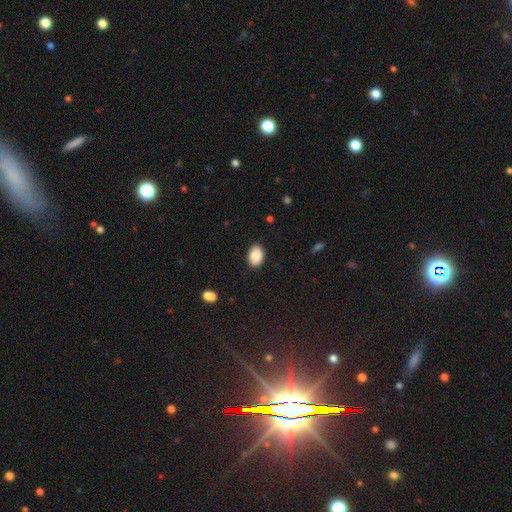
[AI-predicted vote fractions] Smooth or featured?
  - smooth: 89% *
  - star or artifact: 7%
  - featured or disk: 4%
How rounded?
  - in between: 87% *
  - round: 12%
  - cigar-shaped: 1%
Merging?
  - none: 88% *
  - minor disturbance: 9%
  - major disturbance: 2%
  - merger: 1%